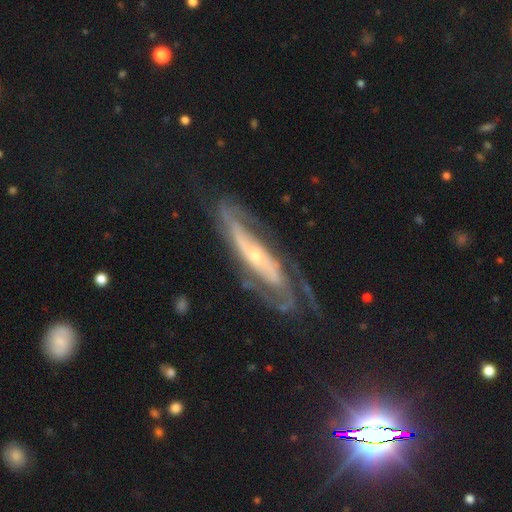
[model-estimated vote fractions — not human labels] Q: Smooth or featured?
A: featured or disk (86%); runner-up: smooth (8%)
Q: Edge-on disk?
A: no (79%); runner-up: yes (21%)
Q: Bar?
A: no (52%); runner-up: weak (26%)
Q: Spiral arms?
A: yes (94%); runner-up: no (6%)
Q: Spiral winding?
A: tight (47%); runner-up: medium (38%)
Q: Spiral arm count?
A: 2 (46%); runner-up: can't tell (28%)
Q: Bulge size?
A: small (69%); runner-up: moderate (26%)
Q: Merging?
A: none (66%); runner-up: minor disturbance (19%)